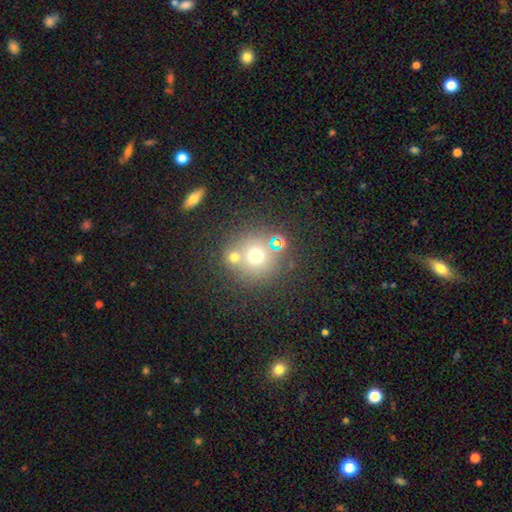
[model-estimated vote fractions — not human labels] Smooth or featured: smooth — 65% (star or artifact — 19%)
How rounded: round — 91% (in between — 8%)
Merging: none — 59% (merger — 29%)